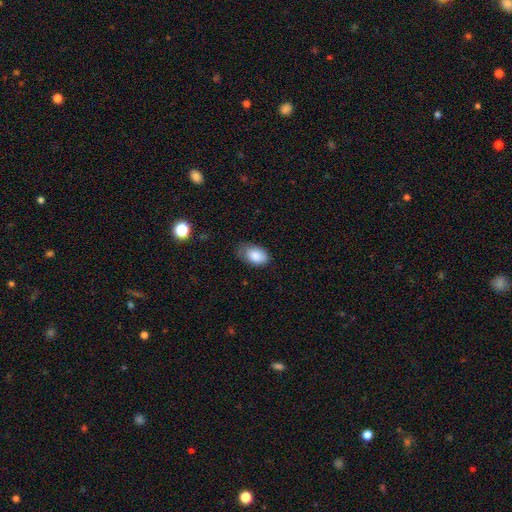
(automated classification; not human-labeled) Smooth or featured? Predicted: smooth (p=0.85). How rounded? Predicted: in between (p=0.91). Merging? Predicted: none (p=0.61).